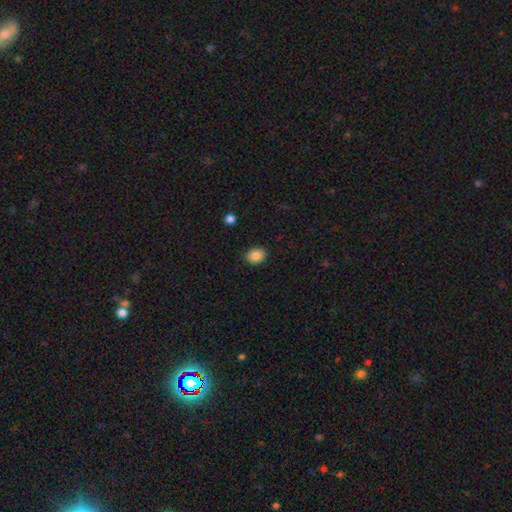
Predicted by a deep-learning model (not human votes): Morphology: type=smooth (87%); roundness=in between (55%); merging=none (89%).